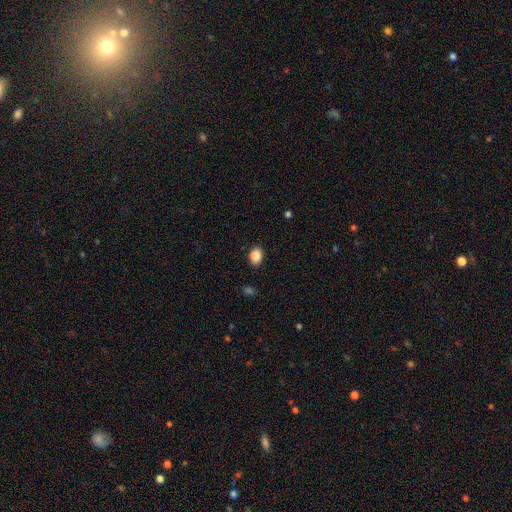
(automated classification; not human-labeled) Overall: smooth (88%). How rounded: in between (80%). Merging: none (86%).